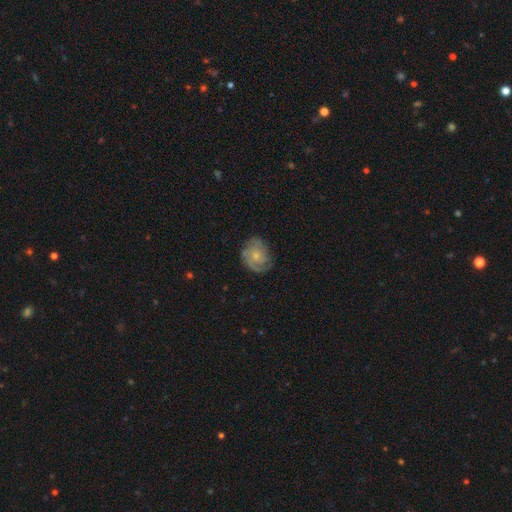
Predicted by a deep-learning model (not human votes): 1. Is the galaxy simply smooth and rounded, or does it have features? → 60% featured or disk, 33% smooth, 7% star or artifact.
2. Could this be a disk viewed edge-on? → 97% no, 3% yes.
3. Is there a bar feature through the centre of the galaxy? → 81% no, 17% weak, 2% strong.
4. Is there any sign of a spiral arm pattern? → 87% yes, 13% no.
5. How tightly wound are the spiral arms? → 54% tight, 34% medium, 12% loose.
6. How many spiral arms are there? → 33% can't tell, 31% 2, 19% 3, 8% 1, 5% 4, 4% more than 4.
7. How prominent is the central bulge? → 60% small, 32% moderate, 5% none, 2% large, 1% dominant.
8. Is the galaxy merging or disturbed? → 70% none, 21% minor disturbance, 8% major disturbance, 1% merger.